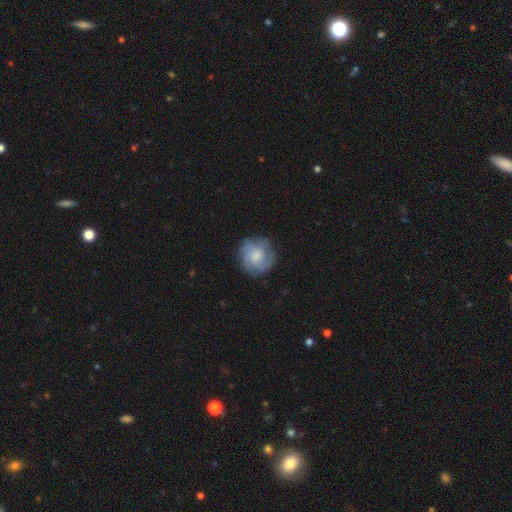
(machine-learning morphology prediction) Q: Smooth or featured?
A: smooth (48%); runner-up: featured or disk (45%)
Q: Merging?
A: none (76%); runner-up: minor disturbance (17%)